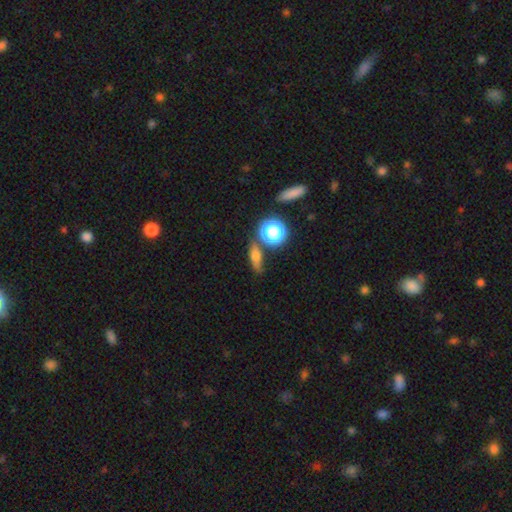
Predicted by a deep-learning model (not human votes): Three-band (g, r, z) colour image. It shows a smooth galaxy with no disk features (62%) that is in between round and cigar-shaped (43%). Merging: none (71%).